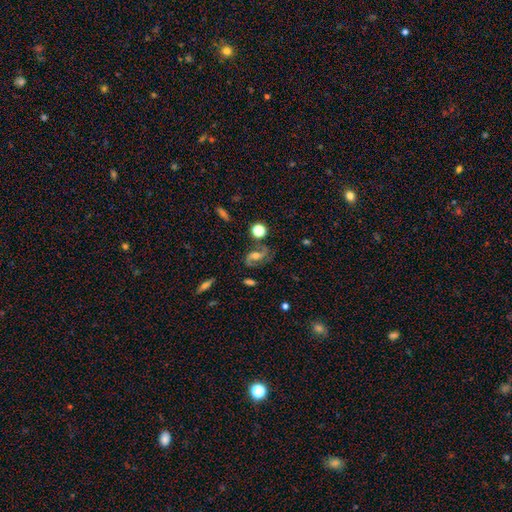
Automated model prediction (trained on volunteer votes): smooth-or-featured: featured or disk: 78% | smooth: 12% | star or artifact: 10%
  disk-edge-on: no: 95% | yes: 5%
    bar: no: 50% | weak: 33% | strong: 17%
    has-spiral-arms: yes: 94% | no: 6%
      spiral-winding: medium: 43% | loose: 42% | tight: 14%
      spiral-arm-count: 2: 90% | can't tell: 4% | 1: 3% | 3: 2% | 4: 1% | more than 4: 1%
    bulge-size: moderate: 69% | small: 20% | large: 8% | none: 2% | dominant: 1%
  merging: none: 73% | minor disturbance: 16% | major disturbance: 7% | merger: 4%